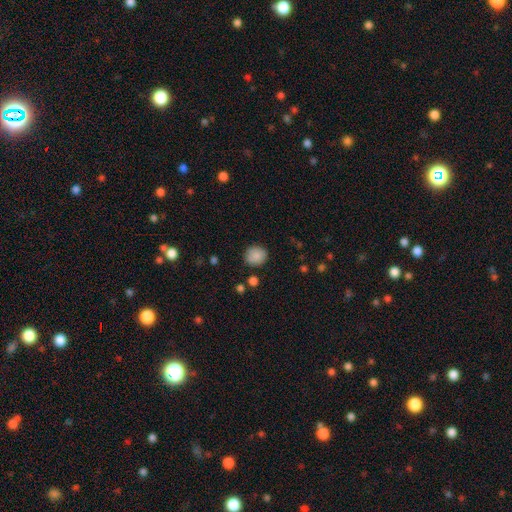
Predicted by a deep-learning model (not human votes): Smooth or featured: smooth — 86% (star or artifact — 8%)
How rounded: round — 84% (in between — 15%)
Merging: none — 84% (minor disturbance — 11%)